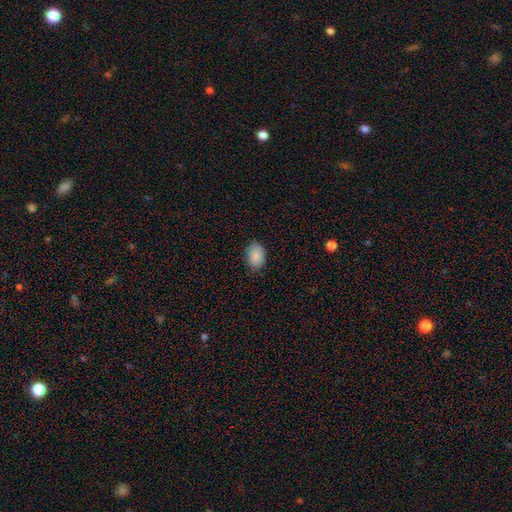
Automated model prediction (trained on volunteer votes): Q: Smooth or featured?
A: smooth (89%); runner-up: star or artifact (7%)
Q: How rounded?
A: in between (82%); runner-up: round (17%)
Q: Merging?
A: none (81%); runner-up: minor disturbance (15%)